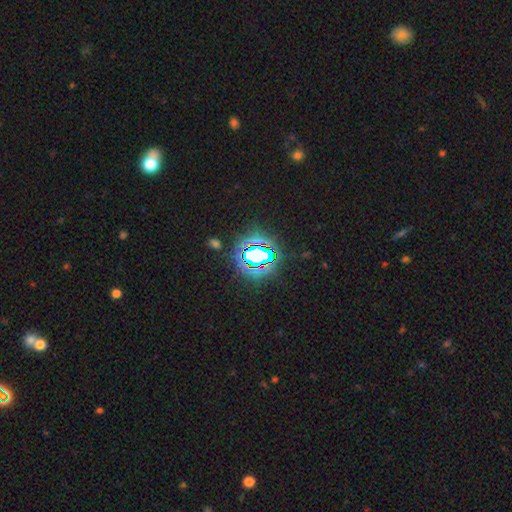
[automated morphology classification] Q: Smooth or featured?
A: star or artifact (69%); runner-up: smooth (20%)